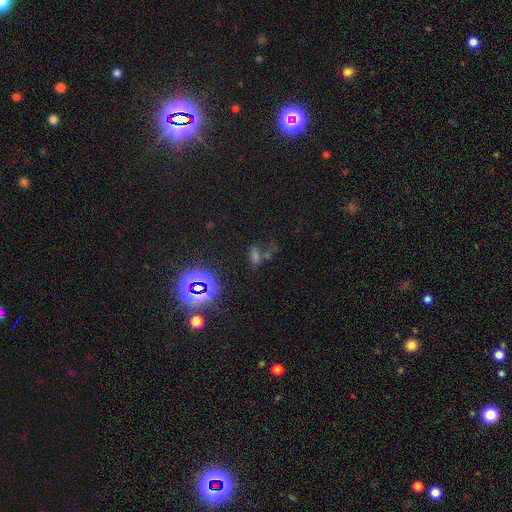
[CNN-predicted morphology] The model was most divided on "smooth or featured": star or artifact: 48%, smooth: 40%, featured or disk: 12%.